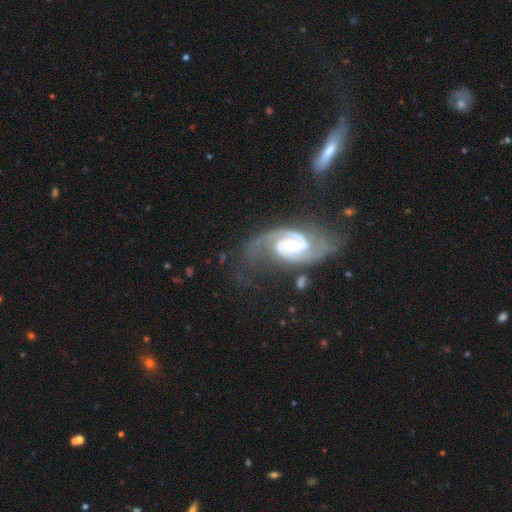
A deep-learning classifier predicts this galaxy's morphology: A featured or disk galaxy (89%) with no bar (48%), 2 (88%) medium (50%) spiral arms (97%) and a moderate central bulge (55%). Merging: none (60%).